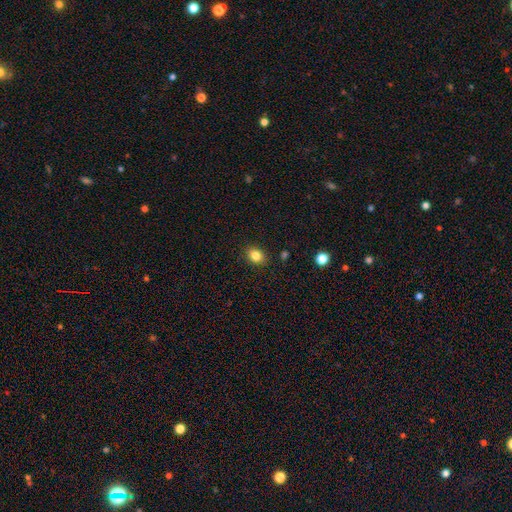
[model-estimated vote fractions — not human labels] The model was most divided on "how rounded": in between: 55%, round: 44%, cigar-shaped: 1%. More confident: merging — none (88%); smooth or featured — smooth (83%).